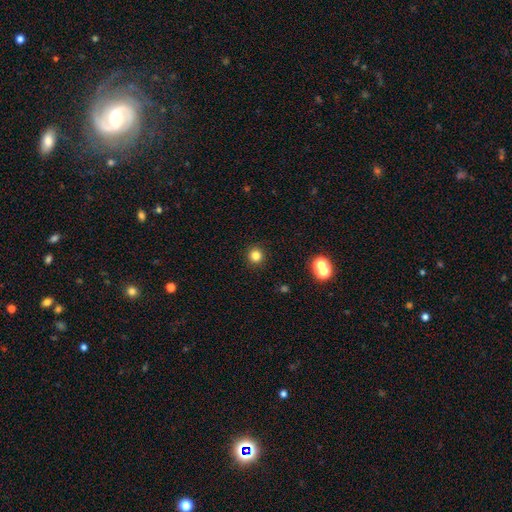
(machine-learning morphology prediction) This appears to be a smooth galaxy with no disk features (81%) that is round (94%). Merging: none (91%).